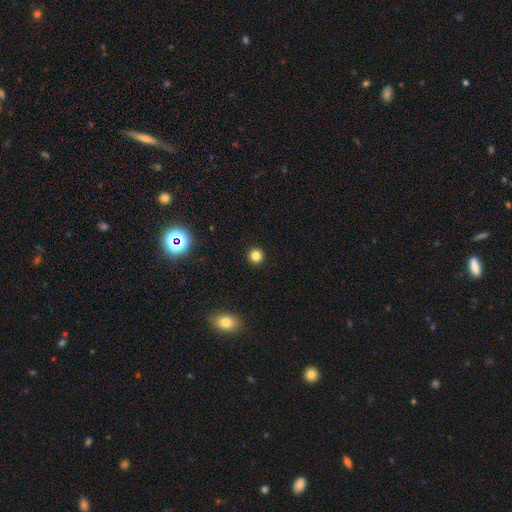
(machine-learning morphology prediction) The model was most divided on "smooth or featured": smooth: 81%, star or artifact: 14%, featured or disk: 4%. More confident: how rounded — round (94%); merging — none (93%).